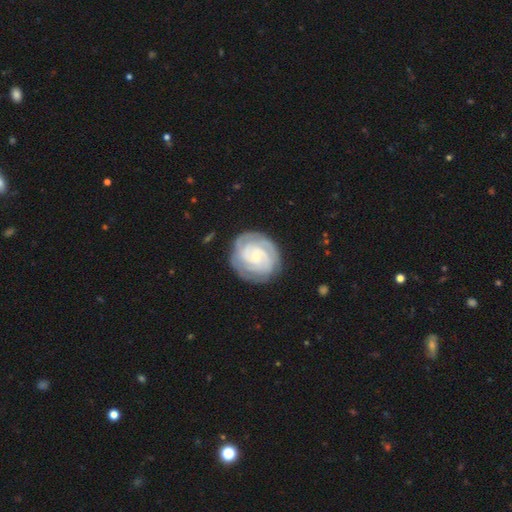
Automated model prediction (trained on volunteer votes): featured or disk 82%, smooth 13%, star or artifact 5%. Down the decision tree: edge-on disk — no (98%); bar — no (65%); spiral arms — yes (95%); spiral arm count — can't tell (30%); spiral winding — tight (76%); bulge size — small (76%); merging — none (79%).